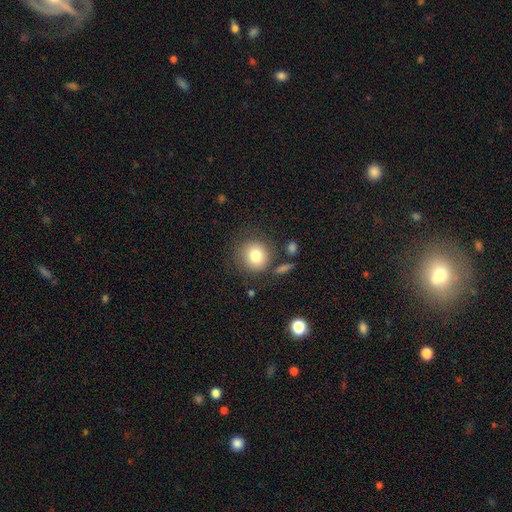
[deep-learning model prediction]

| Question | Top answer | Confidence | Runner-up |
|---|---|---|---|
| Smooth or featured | smooth | 80% | featured or disk (10%) |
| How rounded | round | 90% | in between (9%) |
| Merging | none | 78% | minor disturbance (12%) |